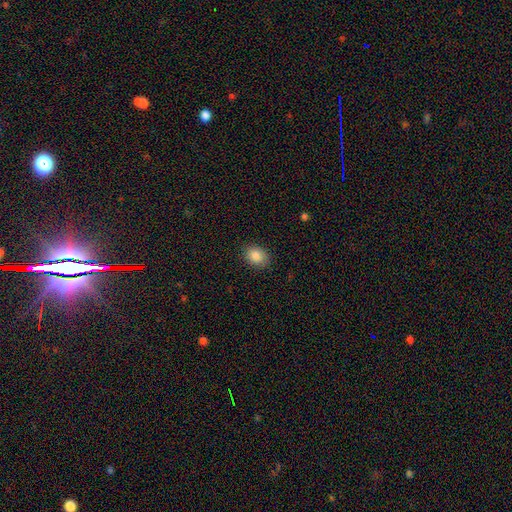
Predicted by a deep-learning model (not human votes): A smooth galaxy with no disk features (86%) that is in between round and cigar-shaped (53%). Merging: none (86%).